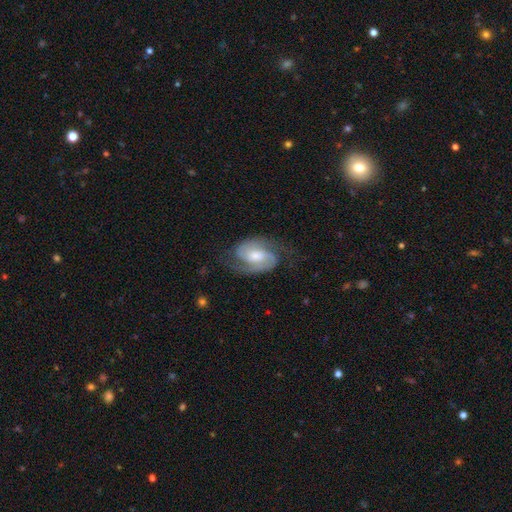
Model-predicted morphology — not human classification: featured or disk 85%, smooth 10%, star or artifact 5%. Down the decision tree: edge-on disk — no (97%); bar — weak (44%); spiral arms — yes (97%); spiral arm count — 2 (91%); spiral winding — medium (52%); bulge size — moderate (54%); merging — none (71%).